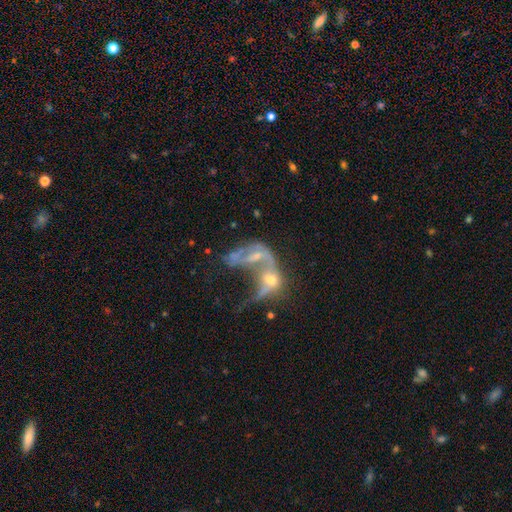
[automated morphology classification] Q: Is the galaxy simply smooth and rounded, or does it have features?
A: featured or disk — 61%.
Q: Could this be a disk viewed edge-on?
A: no — 94%.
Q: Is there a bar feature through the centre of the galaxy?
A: no — 62%.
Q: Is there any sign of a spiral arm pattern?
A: no — 53%.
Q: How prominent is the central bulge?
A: moderate — 38%.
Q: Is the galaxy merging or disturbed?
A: merger — 68%.